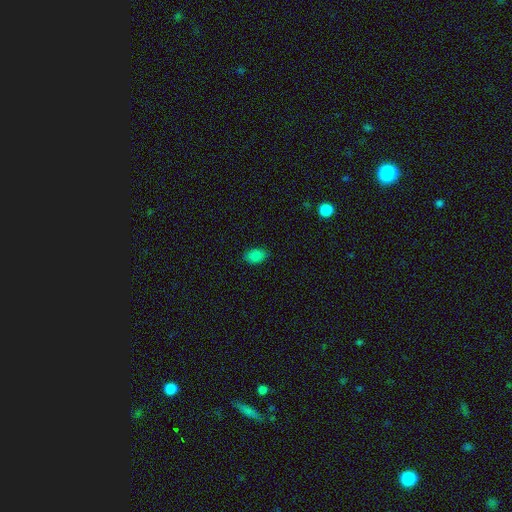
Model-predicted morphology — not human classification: type=smooth (85%); roundness=in between (87%); merging=none (84%).